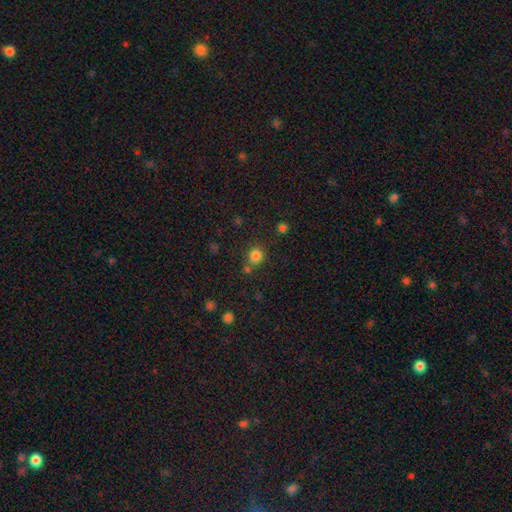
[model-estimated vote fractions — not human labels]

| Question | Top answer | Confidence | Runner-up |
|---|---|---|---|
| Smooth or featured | smooth | 82% | star or artifact (13%) |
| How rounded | round | 89% | in between (10%) |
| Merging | none | 75% | merger (12%) |